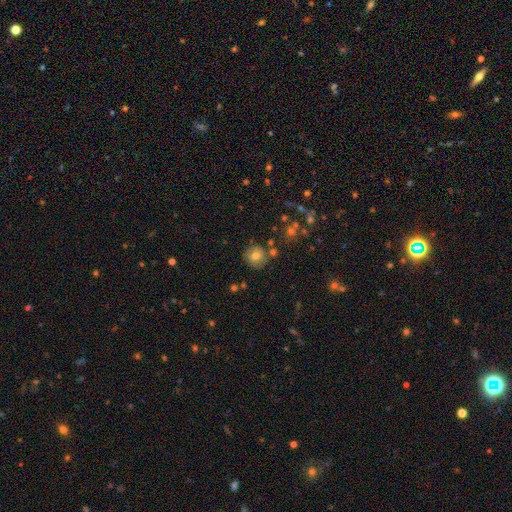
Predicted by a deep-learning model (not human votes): Smooth or featured: smooth — 68% (featured or disk — 20%)
How rounded: round — 91% (in between — 8%)
Merging: none — 80% (minor disturbance — 11%)